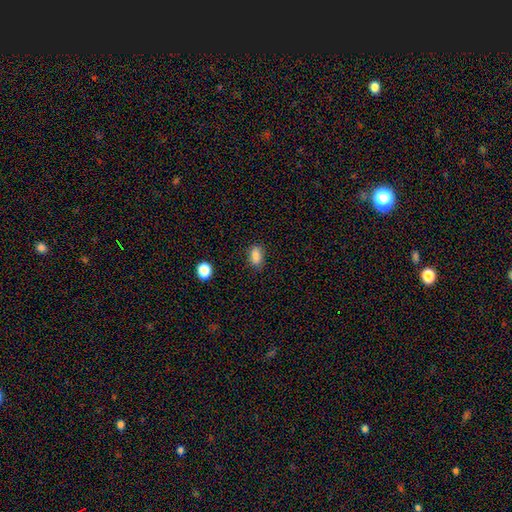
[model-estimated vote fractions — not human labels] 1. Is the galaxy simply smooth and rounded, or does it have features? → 86% smooth, 10% star or artifact, 5% featured or disk.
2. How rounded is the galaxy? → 84% in between, 12% round, 4% cigar-shaped.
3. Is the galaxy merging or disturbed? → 81% none, 14% minor disturbance, 3% major disturbance, 2% merger.